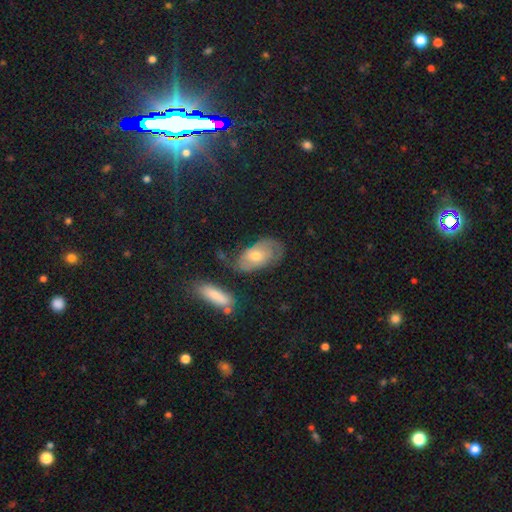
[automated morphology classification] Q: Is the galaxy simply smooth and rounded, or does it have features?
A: featured or disk — 54%.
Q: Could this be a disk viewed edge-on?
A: no — 91%.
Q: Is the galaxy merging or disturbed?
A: none — 53%.